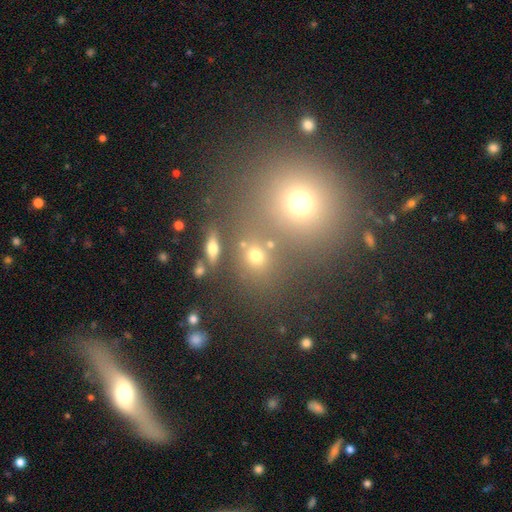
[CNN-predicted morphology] A smooth galaxy with no disk features (64%) that is round (67%). Merging: none (71%).